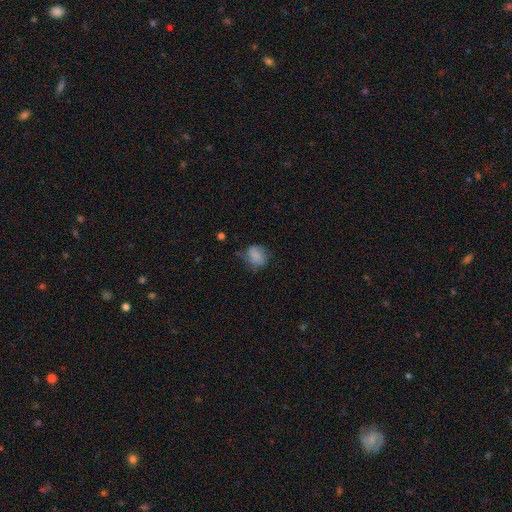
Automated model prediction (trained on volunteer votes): A smooth galaxy with no disk features (67%) that is round (55%). Merging: none (49%).